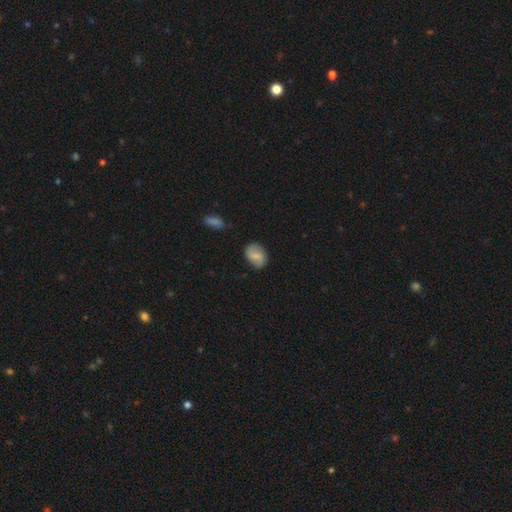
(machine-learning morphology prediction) smooth 51%, featured or disk 41%, star or artifact 8%. Down the decision tree: how rounded — in between (72%); merging — none (77%).